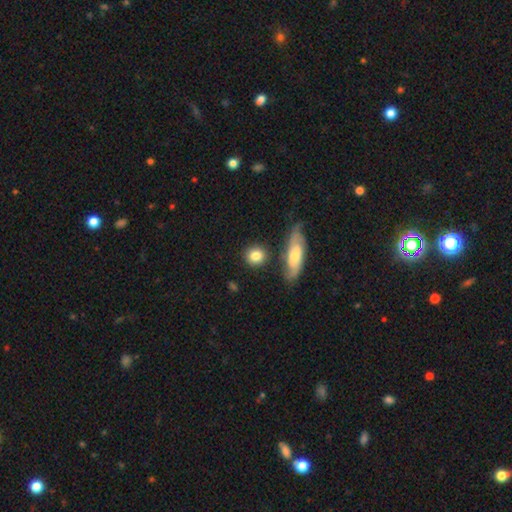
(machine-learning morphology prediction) This appears to be a smooth galaxy with no disk features (80%) that is round (80%). Merging: none (77%).